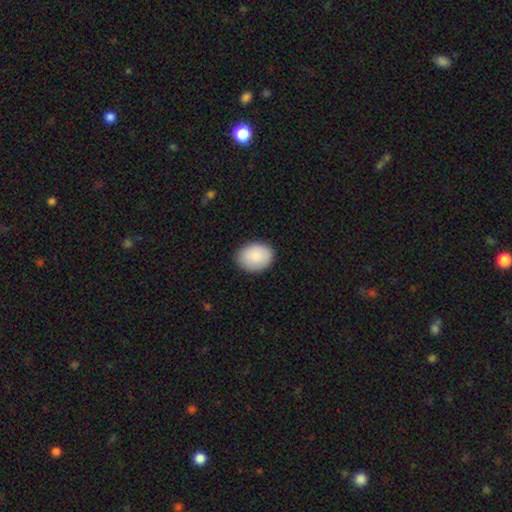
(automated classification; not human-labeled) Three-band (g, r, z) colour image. It shows a smooth galaxy with no disk features (87%) that is in between round and cigar-shaped (57%). Merging: none (85%).